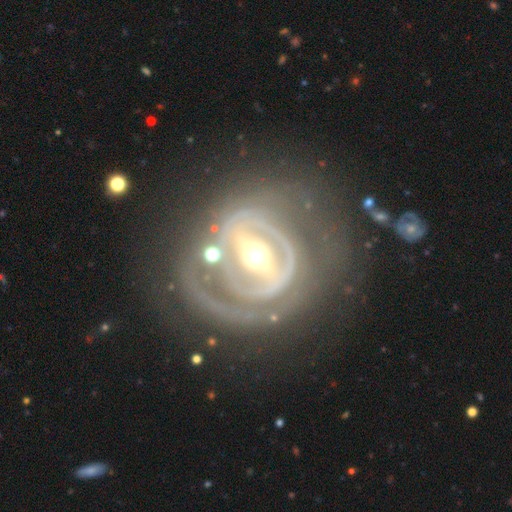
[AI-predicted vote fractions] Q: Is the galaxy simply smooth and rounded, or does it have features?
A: featured or disk — 85%.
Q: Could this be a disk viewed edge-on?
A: no — 95%.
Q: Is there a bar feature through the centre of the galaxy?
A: strong — 58%.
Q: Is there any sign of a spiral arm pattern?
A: yes — 67%.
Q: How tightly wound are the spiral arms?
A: tight — 63%.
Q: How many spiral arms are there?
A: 2 — 41%.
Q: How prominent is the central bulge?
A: moderate — 57%.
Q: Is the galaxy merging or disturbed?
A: none — 61%.